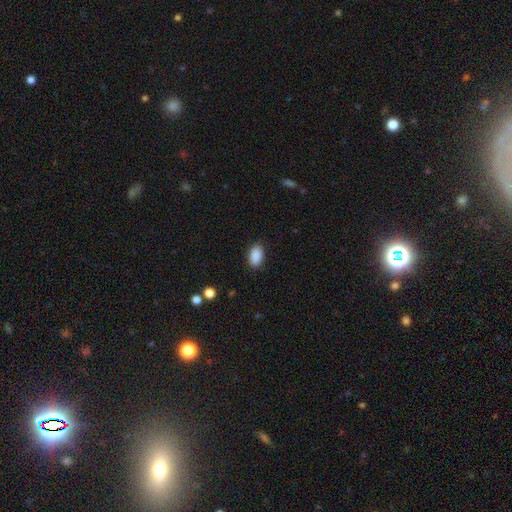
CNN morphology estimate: A smooth galaxy with no disk features (90%) that is in between round and cigar-shaped (91%).

Vote fractions:
- Smooth or featured? smooth: 90% / star or artifact: 7% / featured or disk: 3%
- How rounded? in between: 91% / round: 7% / cigar-shaped: 2%
- Merging? none: 87% / minor disturbance: 10% / major disturbance: 2% / merger: 1%